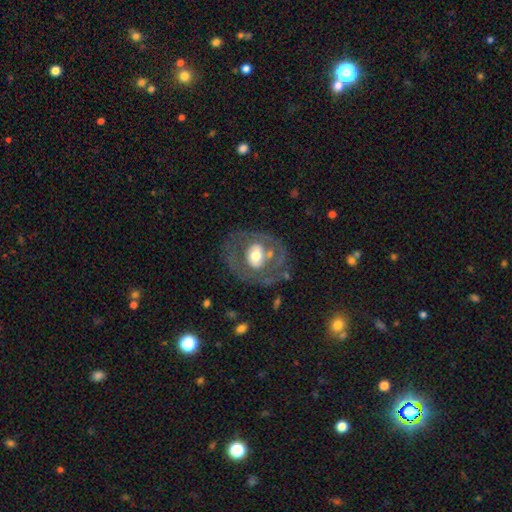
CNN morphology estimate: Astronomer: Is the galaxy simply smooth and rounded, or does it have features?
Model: featured or disk — 59%.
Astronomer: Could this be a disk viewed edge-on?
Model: no — 95%.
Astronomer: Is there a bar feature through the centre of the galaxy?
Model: no — 64%.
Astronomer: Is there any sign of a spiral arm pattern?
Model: no — 74%.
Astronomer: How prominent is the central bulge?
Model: moderate — 57%.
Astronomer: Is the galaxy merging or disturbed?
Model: none — 67%.